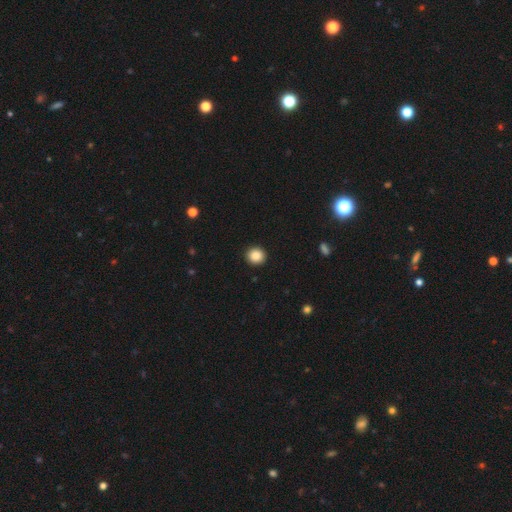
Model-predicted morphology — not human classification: The model was most divided on "smooth or featured": smooth: 87%, star or artifact: 9%, featured or disk: 3%. More confident: merging — none (93%); how rounded — round (91%).